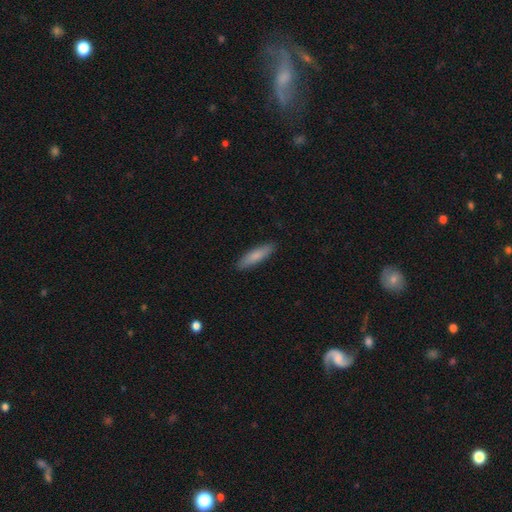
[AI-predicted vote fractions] Q: Smooth or featured?
A: smooth (82%); runner-up: featured or disk (13%)
Q: How rounded?
A: cigar-shaped (73%); runner-up: in between (25%)
Q: Merging?
A: none (90%); runner-up: minor disturbance (8%)